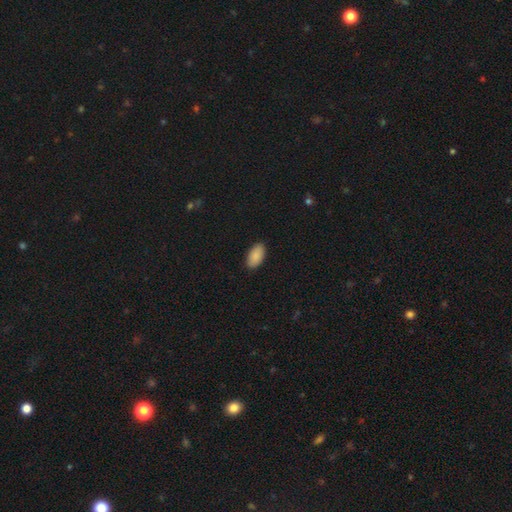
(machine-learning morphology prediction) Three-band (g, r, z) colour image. It shows a smooth galaxy with no disk features (90%) that is in between round and cigar-shaped (95%). Merging: none (88%).